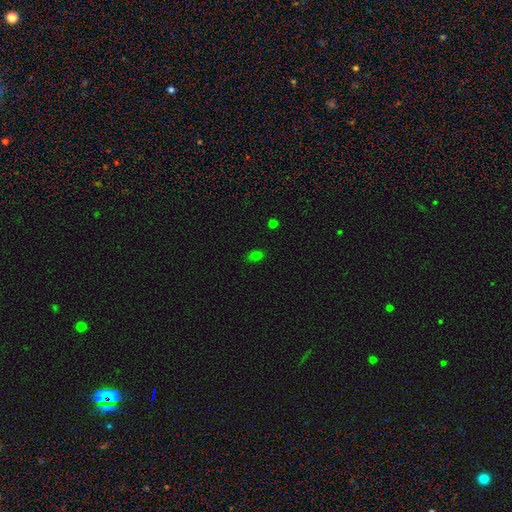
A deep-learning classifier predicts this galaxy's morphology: Q: Smooth or featured?
A: smooth (74%); runner-up: star or artifact (20%)
Q: How rounded?
A: in between (81%); runner-up: round (17%)
Q: Merging?
A: none (83%); runner-up: minor disturbance (13%)